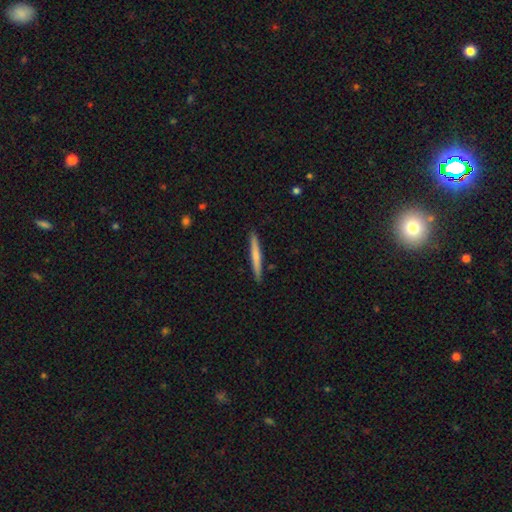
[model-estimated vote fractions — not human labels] Smooth or featured? smooth (63%)
How rounded? cigar-shaped (97%)
Merging? none (91%)